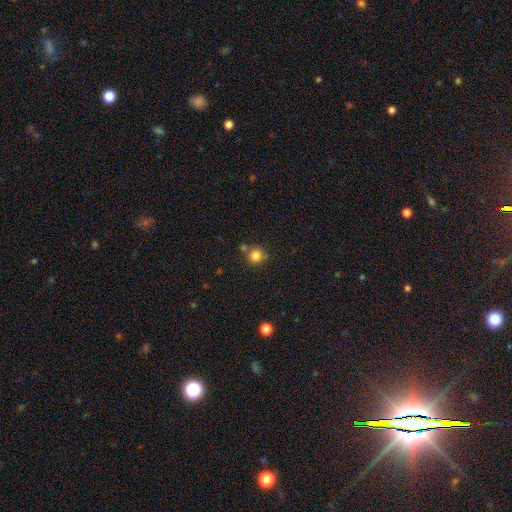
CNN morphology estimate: Overall: smooth (83%). How rounded: round (92%). Merging: none (73%).